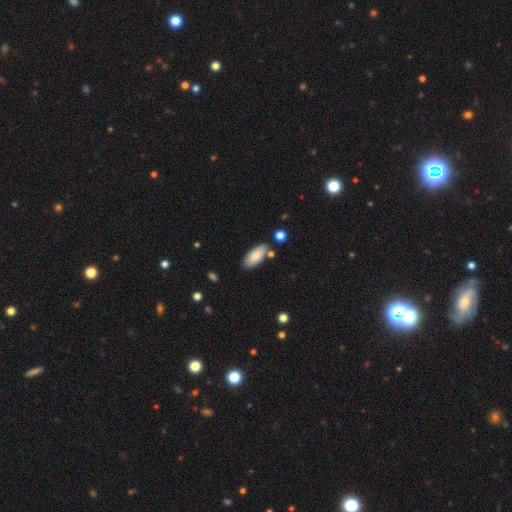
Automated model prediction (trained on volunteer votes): Overall: smooth (81%). How rounded: in between (88%). Merging: none (78%).